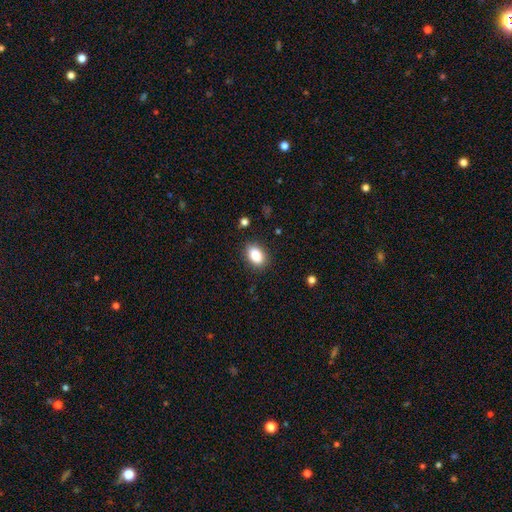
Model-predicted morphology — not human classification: smooth_or_featured: smooth (p=0.87) [alt: star or artifact p=0.08]
how_rounded: in between (p=0.86) [alt: round p=0.12]
merging: none (p=0.87) [alt: minor disturbance p=0.09]